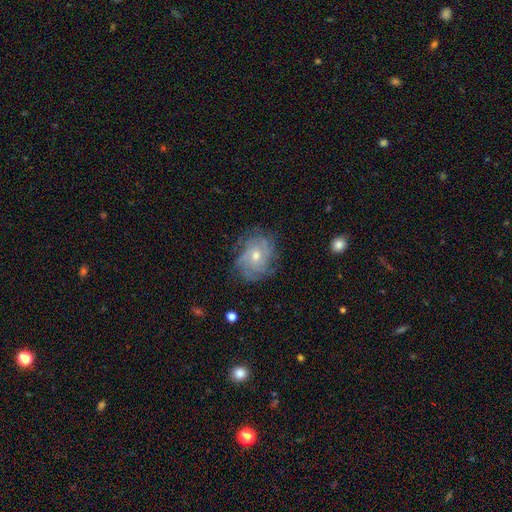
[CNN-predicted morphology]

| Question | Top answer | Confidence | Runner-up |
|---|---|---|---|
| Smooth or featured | featured or disk | 78% | smooth (14%) |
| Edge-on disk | no | 97% | yes (3%) |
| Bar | no | 72% | weak (24%) |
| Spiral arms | yes | 92% | no (8%) |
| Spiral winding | tight | 61% | medium (30%) |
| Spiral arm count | can't tell | 39% | 3 (18%) |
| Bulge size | moderate | 57% | small (38%) |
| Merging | none | 74% | minor disturbance (17%) |